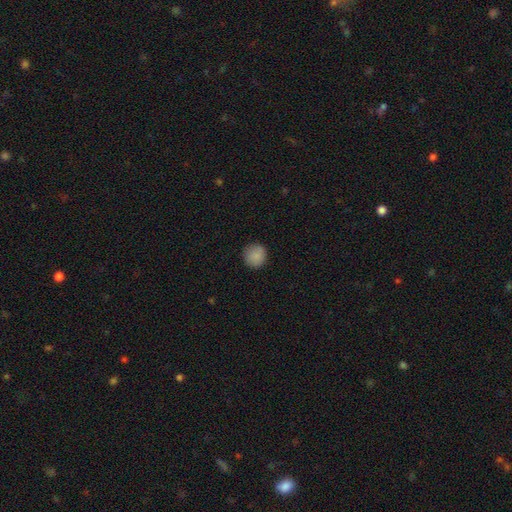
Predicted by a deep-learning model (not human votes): Smooth or featured? smooth (88%)
How rounded? round (92%)
Merging? none (89%)